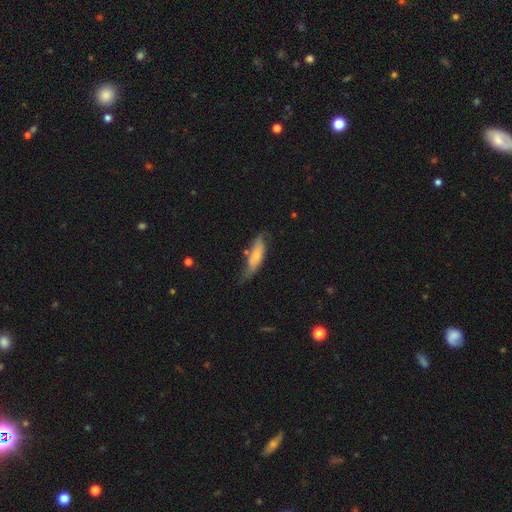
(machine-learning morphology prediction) Q: Smooth or featured?
A: smooth (59%); runner-up: featured or disk (35%)
Q: How rounded?
A: in between (51%); runner-up: cigar-shaped (47%)
Q: Merging?
A: none (47%); runner-up: minor disturbance (33%)